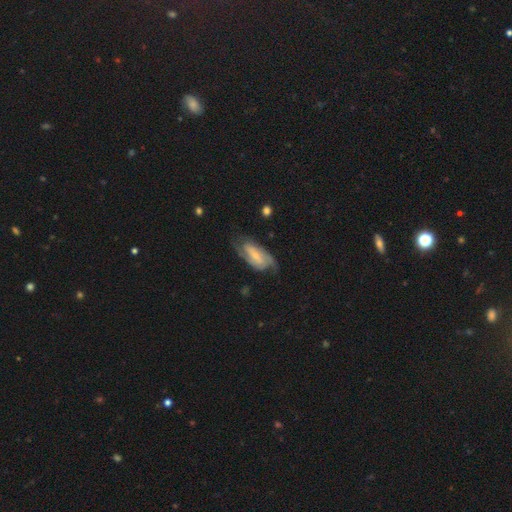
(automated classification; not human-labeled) Smooth or featured?
  - featured or disk: 76% *
  - smooth: 18%
  - star or artifact: 6%
Edge-on disk?
  - no: 94% *
  - yes: 6%
Bar?
  - weak: 42% *
  - strong: 31%
  - no: 27%
Spiral arms?
  - yes: 93% *
  - no: 7%
Spiral winding?
  - medium: 44% *
  - tight: 38%
  - loose: 18%
Spiral arm count?
  - 2: 78% *
  - can't tell: 12%
  - 3: 5%
  - 1: 3%
  - 4: 2%
  - more than 4: 1%
Bulge size?
  - small: 60% *
  - moderate: 28%
  - none: 8%
  - large: 3%
  - dominant: 1%
Merging?
  - none: 66% *
  - minor disturbance: 21%
  - major disturbance: 11%
  - merger: 2%